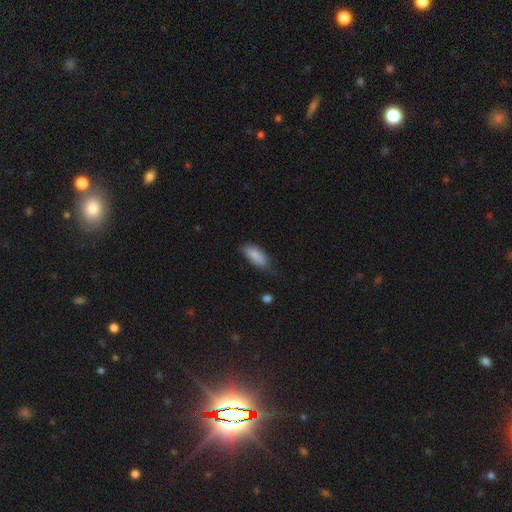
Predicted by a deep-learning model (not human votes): Overall: smooth (87%). How rounded: in between (83%). Merging: none (67%).